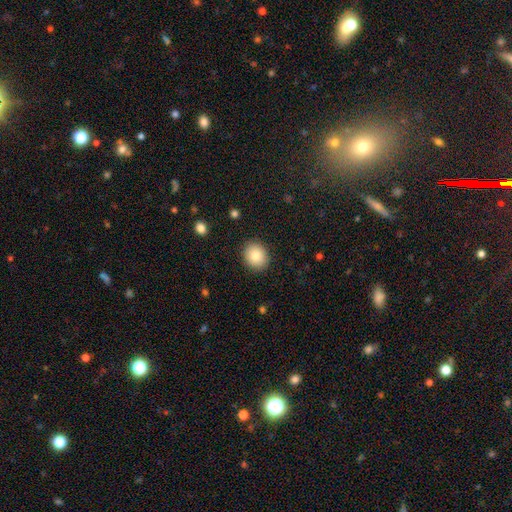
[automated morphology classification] The model was most divided on "how rounded": round: 65%, in between: 34%, cigar-shaped: 1%. More confident: merging — none (90%); smooth or featured — smooth (84%).